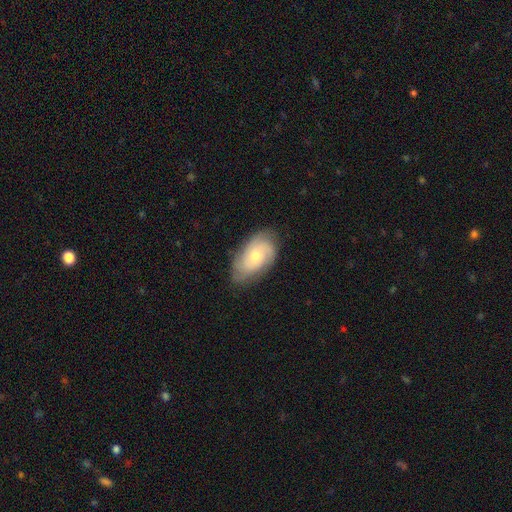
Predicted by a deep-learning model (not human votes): Morphology: type=featured or disk (65%); edge-on=no (95%); bar=no (78%); spiral arms=yes (91%); winding=tight (57%); arm count=can't tell (32%); bulge=moderate (50%); merging=none (72%).